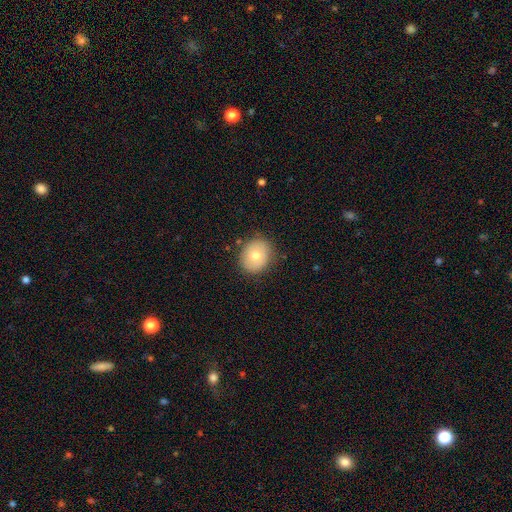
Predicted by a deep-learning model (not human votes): Smooth or featured: smooth — 71% (featured or disk — 20%)
How rounded: round — 64% (in between — 35%)
Merging: none — 85% (minor disturbance — 11%)